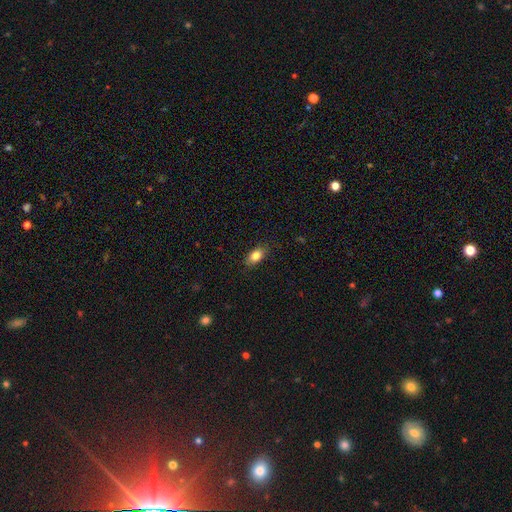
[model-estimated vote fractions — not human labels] This appears to be a smooth galaxy with no disk features (84%) that is in between round and cigar-shaped (87%). Merging: none (85%).